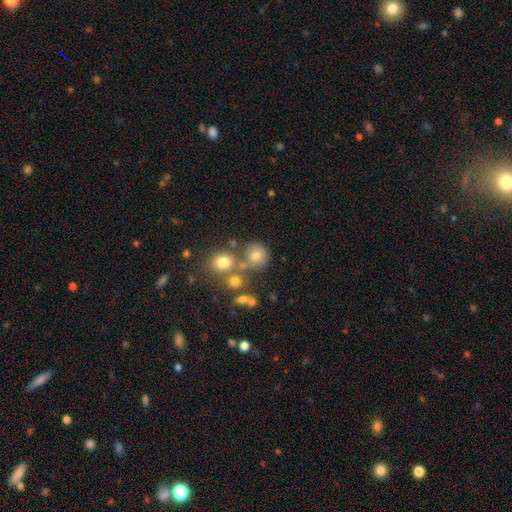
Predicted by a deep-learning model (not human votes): Morphology: type=smooth (66%); roundness=round (85%); merging=none (62%).